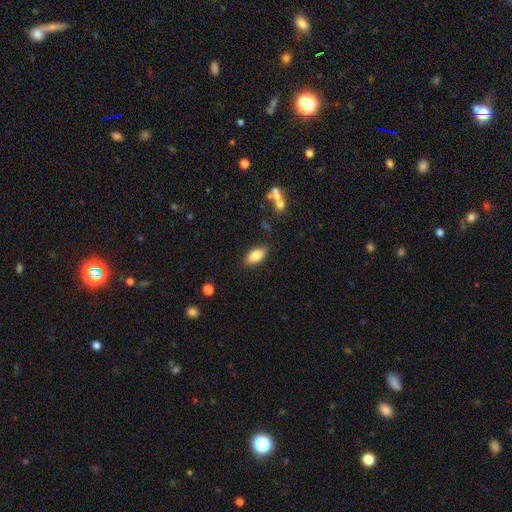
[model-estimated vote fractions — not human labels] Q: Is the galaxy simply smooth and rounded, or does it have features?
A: smooth — 80%.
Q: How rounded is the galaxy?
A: in between — 87%.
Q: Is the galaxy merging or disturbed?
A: none — 84%.